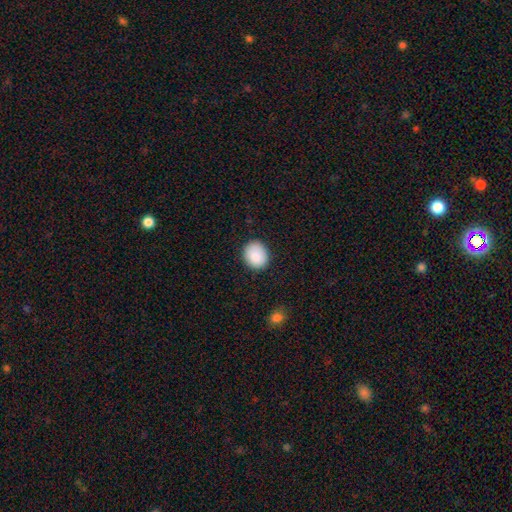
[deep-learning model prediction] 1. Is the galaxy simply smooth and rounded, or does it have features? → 88% smooth, 7% star or artifact, 4% featured or disk.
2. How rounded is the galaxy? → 67% round, 33% in between, 1% cigar-shaped.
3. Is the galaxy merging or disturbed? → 86% none, 11% minor disturbance, 2% major disturbance, 1% merger.